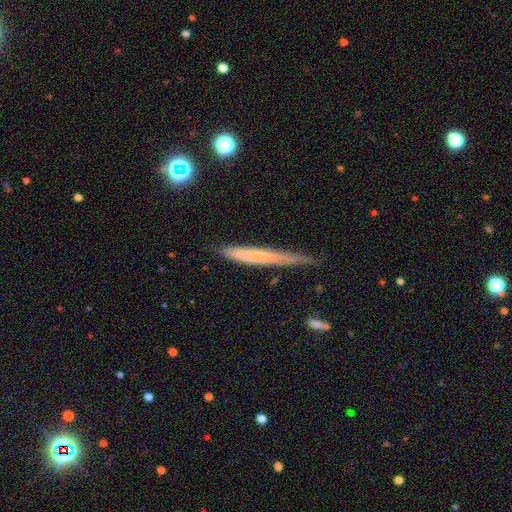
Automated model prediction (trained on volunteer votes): Overall: smooth (52%; featured or disk 40%). How rounded: cigar-shaped (95%). Merging: none (62%; minor disturbance 29%).